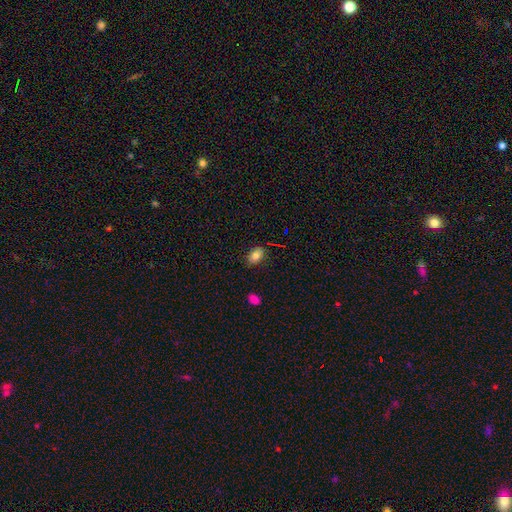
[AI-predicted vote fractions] Smooth or featured? Predicted: smooth (p=0.79). How rounded? Predicted: in between (p=0.85). Merging? Predicted: none (p=0.83).